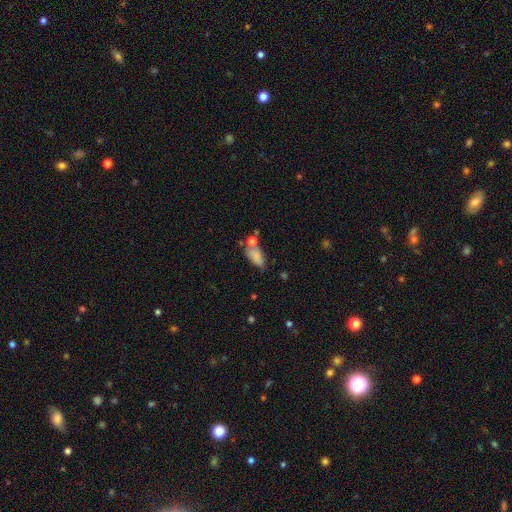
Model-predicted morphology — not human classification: The model was most divided on "merging": none: 42%, minor disturbance: 24%, merger: 22%, major disturbance: 12%. More confident: how rounded — in between (87%); smooth or featured — smooth (76%).